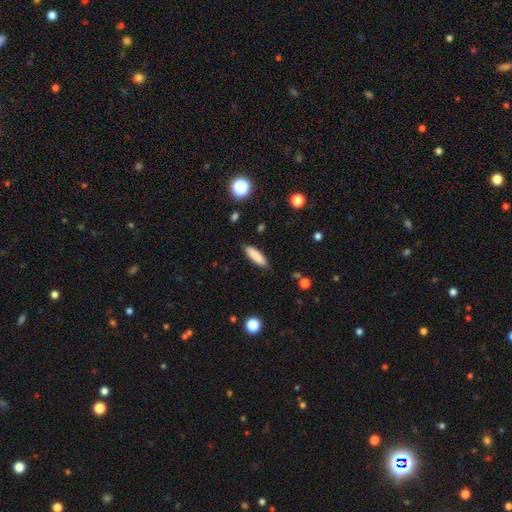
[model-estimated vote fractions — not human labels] A smooth galaxy with no disk features (86%) that is cigar-shaped (59%). Merging: none (86%).